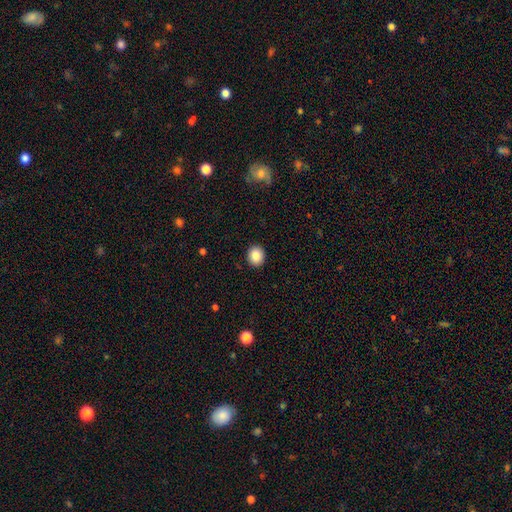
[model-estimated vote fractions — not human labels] smooth 87%, star or artifact 9%, featured or disk 5%. Down the decision tree: how rounded — round (65%); merging — none (91%).